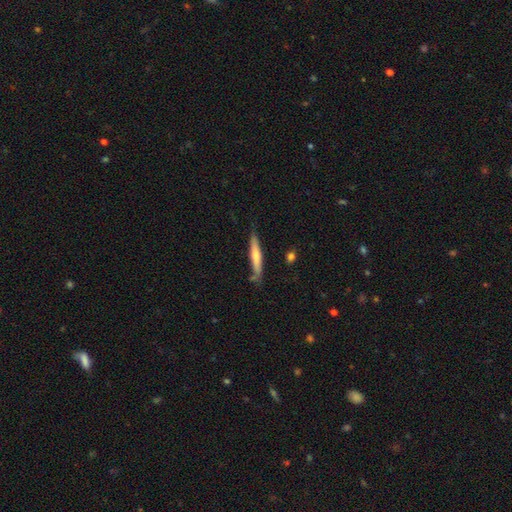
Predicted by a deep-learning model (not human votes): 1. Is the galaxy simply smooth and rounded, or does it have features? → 47% featured or disk (tied), 47% smooth (tied), 6% star or artifact.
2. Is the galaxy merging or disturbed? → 79% none, 15% minor disturbance, 3% merger, 2% major disturbance.